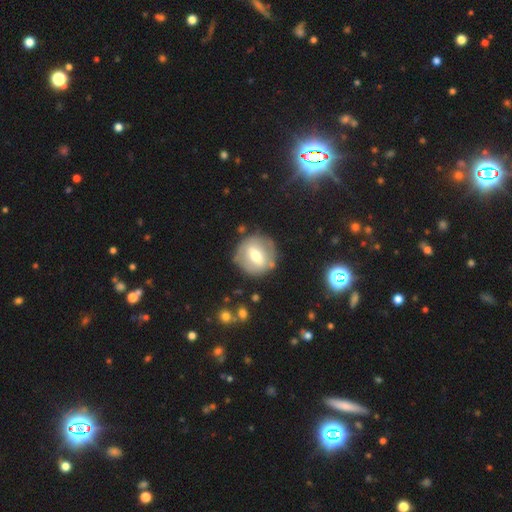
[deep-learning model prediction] smooth_or_featured: featured or disk (p=0.52) [alt: smooth p=0.40]
disk_edge_on: no (p=0.88) [alt: yes p=0.12]
merging: none (p=0.77) [alt: minor disturbance p=0.14]